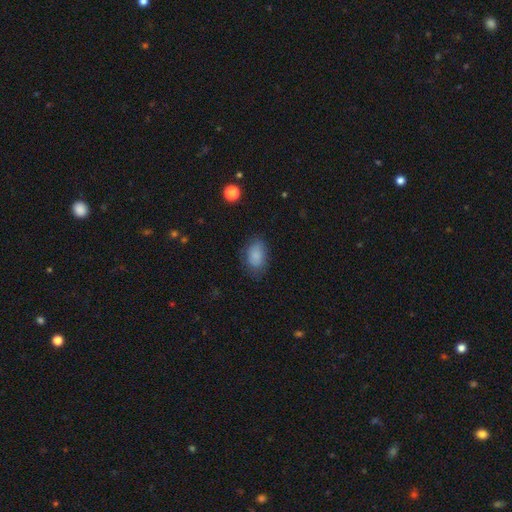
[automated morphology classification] smooth-or-featured: smooth: 84% | star or artifact: 8% | featured or disk: 8%
  how-rounded: in between: 86% | round: 13% | cigar-shaped: 1%
  merging: none: 72% | minor disturbance: 20% | major disturbance: 7% | merger: 1%